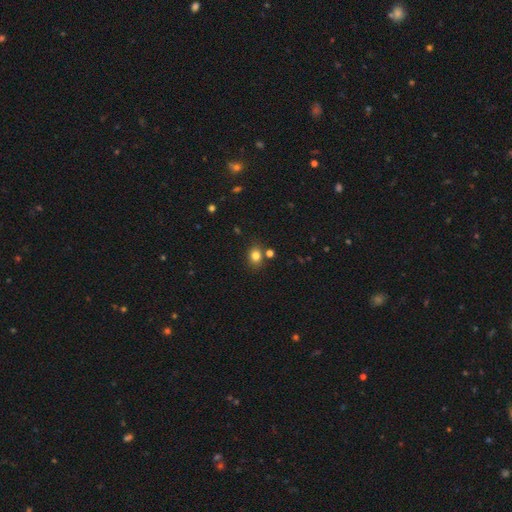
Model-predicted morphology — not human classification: smooth_or_featured: smooth (p=0.80) [alt: star or artifact p=0.13]
how_rounded: round (p=0.53) [alt: in between p=0.46]
merging: none (p=0.77) [alt: minor disturbance p=0.11]